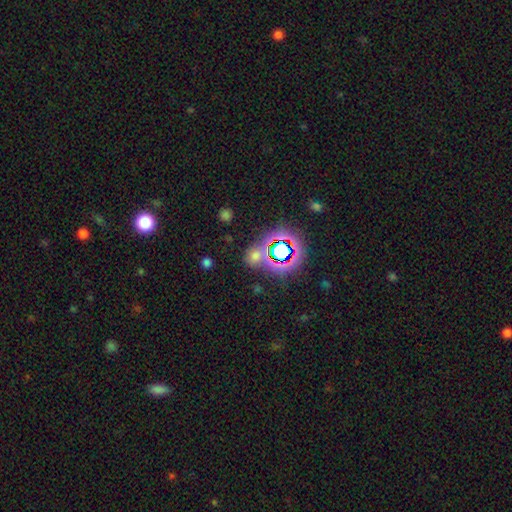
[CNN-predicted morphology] Overall: star or artifact (46%, tied with smooth).